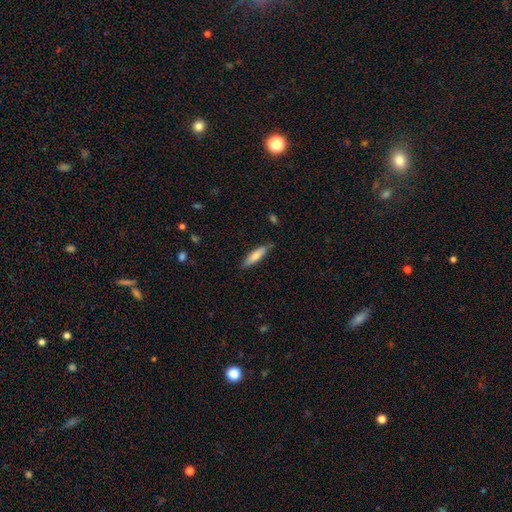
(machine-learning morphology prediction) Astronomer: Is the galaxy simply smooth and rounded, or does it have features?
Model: smooth — 73%.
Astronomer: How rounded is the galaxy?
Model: cigar-shaped — 70%.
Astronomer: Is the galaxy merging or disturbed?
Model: none — 82%.